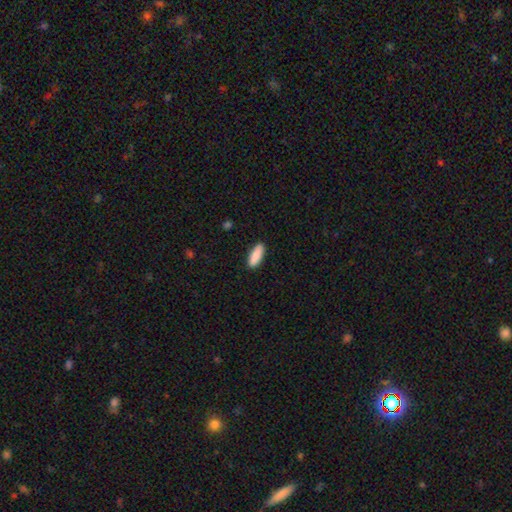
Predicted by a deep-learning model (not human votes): Overall: smooth (87%). How rounded: in between (63%; cigar-shaped 35%). Merging: none (89%).